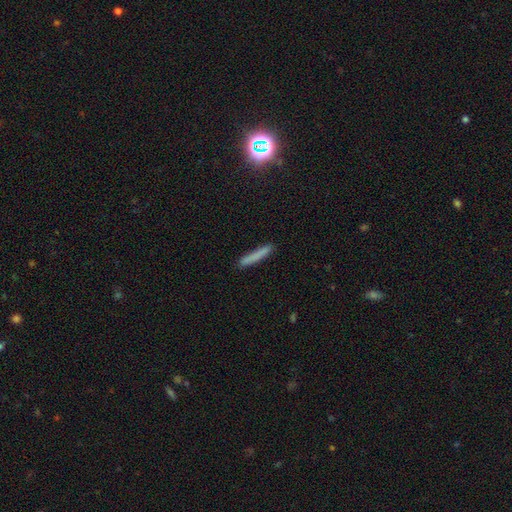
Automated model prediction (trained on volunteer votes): smooth-or-featured: smooth: 80% | featured or disk: 13% | star or artifact: 8%
  how-rounded: cigar-shaped: 95% | in between: 4% | round: 1%
  merging: none: 88% | minor disturbance: 9% | major disturbance: 2% | merger: 1%